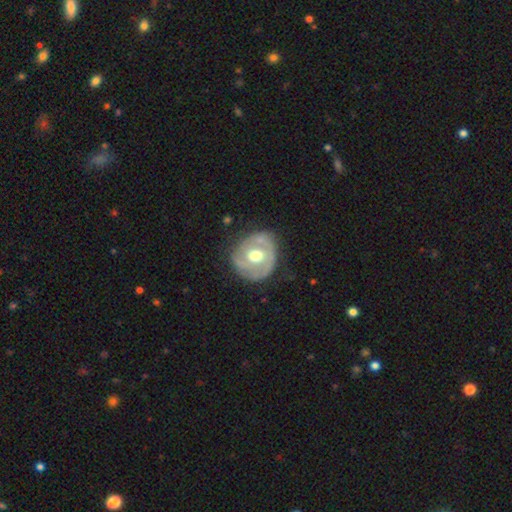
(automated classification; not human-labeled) smooth_or_featured: featured or disk (p=0.66) [alt: smooth p=0.28]
disk_edge_on: no (p=0.97) [alt: yes p=0.03]
bar: no (p=0.72) [alt: weak p=0.23]
has_spiral_arms: yes (p=0.55) [alt: no p=0.45]
bulge_size: moderate (p=0.77) [alt: large p=0.14]
merging: none (p=0.70) [alt: minor disturbance p=0.20]